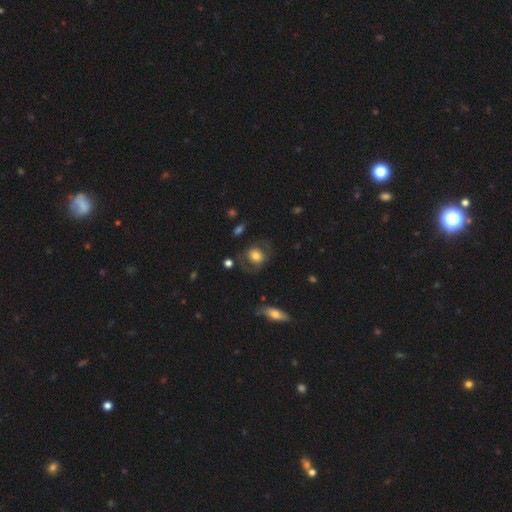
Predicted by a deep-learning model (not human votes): A smooth galaxy with no disk features (54%) that is round (65%). Merging: none (67%).